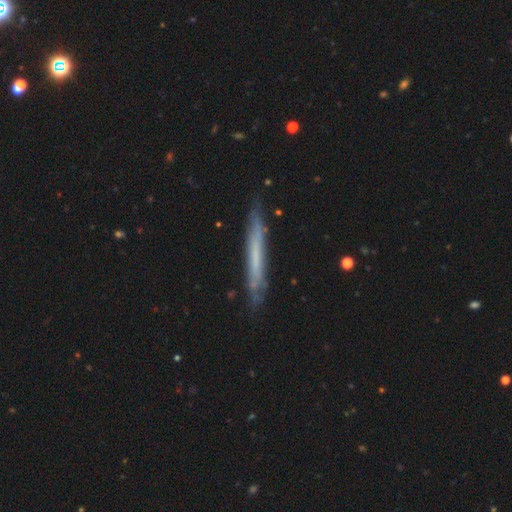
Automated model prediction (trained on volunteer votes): featured or disk 47%, smooth 46%, star or artifact 7%. Down the decision tree: merging — none (82%).